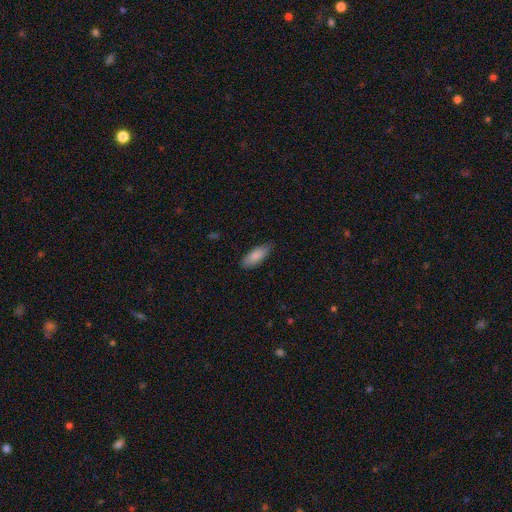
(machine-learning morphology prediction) Smooth or featured? Predicted: smooth (p=0.86). How rounded? Predicted: in between (p=0.73). Merging? Predicted: none (p=0.82).